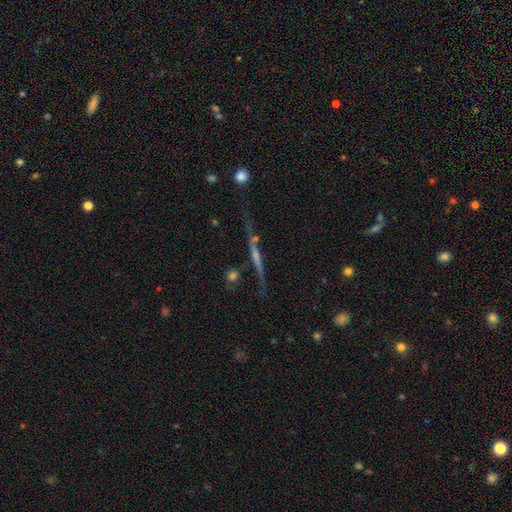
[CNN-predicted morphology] Smooth or featured? Predicted: featured or disk (p=0.62). Edge-on disk? Predicted: yes (p=0.90). Edge-on bulge? Predicted: rounded (p=0.60). Merging? Predicted: none (p=0.75).